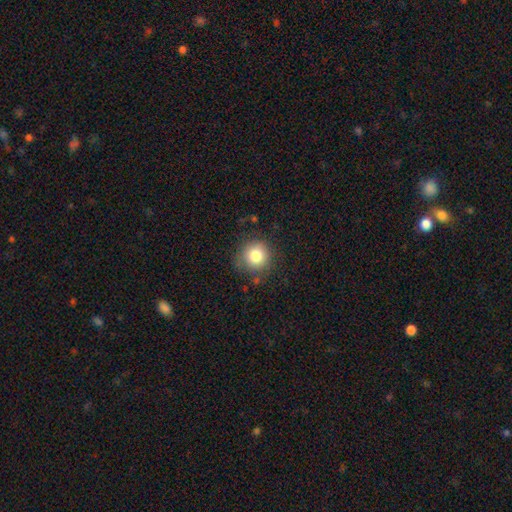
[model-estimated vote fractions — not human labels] Smooth or featured? Predicted: smooth (p=0.81). How rounded? Predicted: round (p=0.93). Merging? Predicted: none (p=0.80).